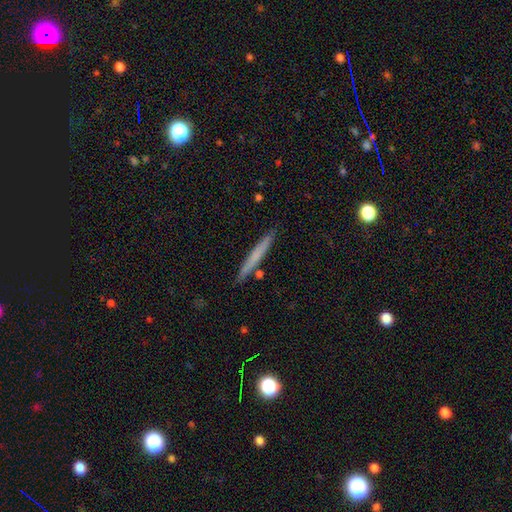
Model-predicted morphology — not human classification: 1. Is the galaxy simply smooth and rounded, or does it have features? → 59% smooth, 35% featured or disk, 6% star or artifact.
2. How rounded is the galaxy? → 97% cigar-shaped, 2% in between, 1% round.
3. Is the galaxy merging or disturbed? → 88% none, 8% minor disturbance, 2% merger, 1% major disturbance.